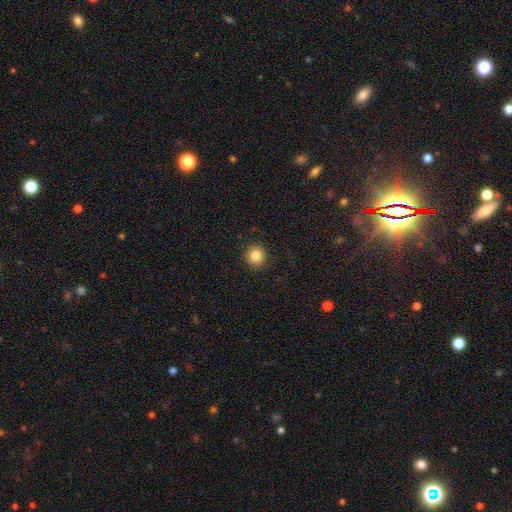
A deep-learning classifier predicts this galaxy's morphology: This appears to be a smooth galaxy with no disk features (84%) that is round (94%). Merging: none (91%).